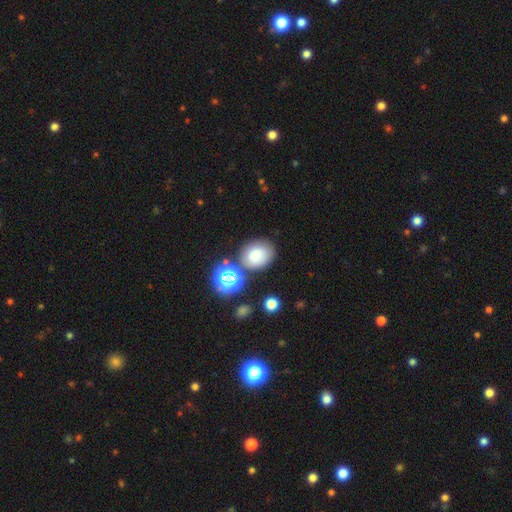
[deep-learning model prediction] Smooth or featured: smooth — 74% (star or artifact — 16%)
How rounded: round — 55% (in between — 44%)
Merging: none — 69% (minor disturbance — 15%)